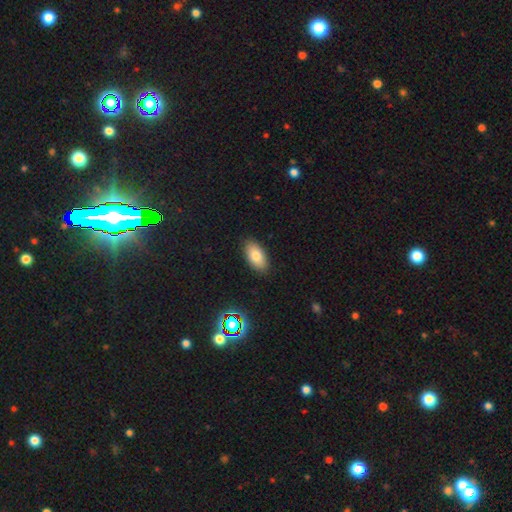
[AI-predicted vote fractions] smooth_or_featured: smooth (p=0.79) [alt: featured or disk p=0.12]
how_rounded: in between (p=0.93) [alt: round p=0.04]
merging: none (p=0.88) [alt: minor disturbance p=0.09]